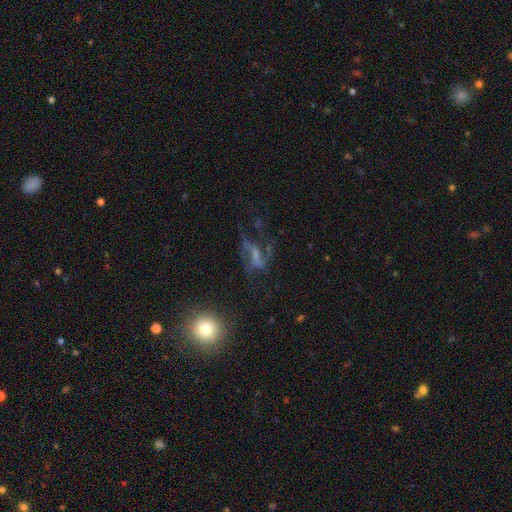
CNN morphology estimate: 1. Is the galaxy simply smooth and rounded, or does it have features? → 66% featured or disk, 17% star or artifact, 17% smooth.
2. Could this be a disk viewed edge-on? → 94% no, 6% yes.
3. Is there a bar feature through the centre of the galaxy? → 39% weak, 32% no, 29% strong.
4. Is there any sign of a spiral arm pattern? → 81% yes, 19% no.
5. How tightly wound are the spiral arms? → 57% loose, 33% medium, 10% tight.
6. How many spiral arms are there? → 72% 2, 12% can't tell, 6% 1, 5% 3, 2% 4, 2% more than 4.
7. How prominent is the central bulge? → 36% small, 35% none, 22% moderate, 5% large, 2% dominant.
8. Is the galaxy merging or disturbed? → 45% none, 33% major disturbance, 17% minor disturbance, 5% merger.